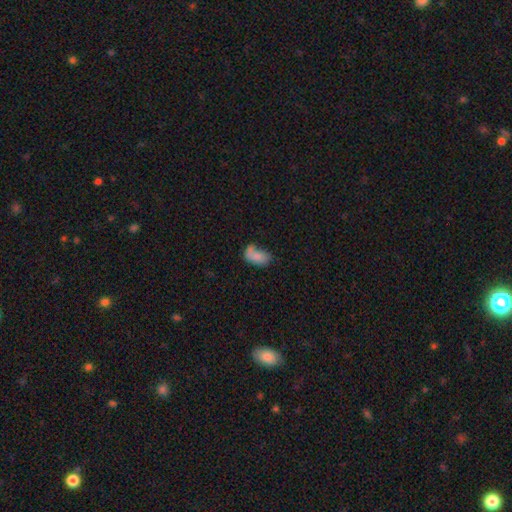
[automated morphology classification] Overall: smooth (73%). How rounded: in between (91%). Merging: none (36%; minor disturbance 24%).